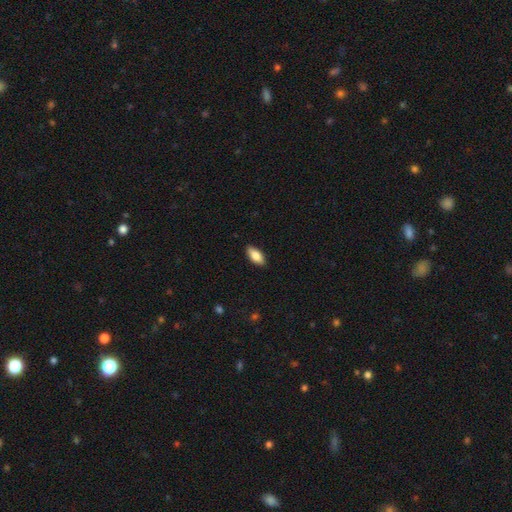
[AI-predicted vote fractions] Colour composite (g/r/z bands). It shows a smooth galaxy with no disk features (83%) that is in between round and cigar-shaped (87%). Merging: none (88%).